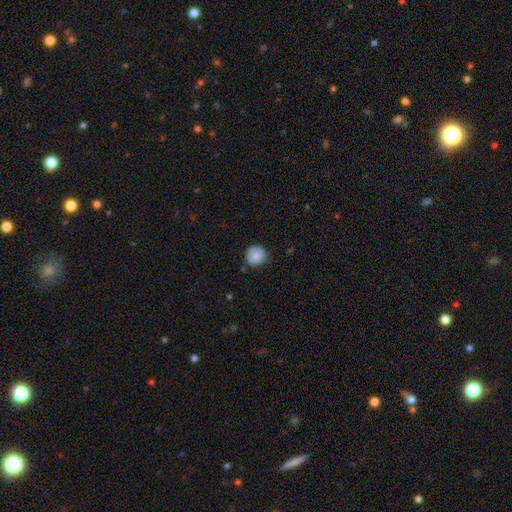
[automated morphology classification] Smooth or featured? smooth (78%)
How rounded? round (84%)
Merging? none (67%)